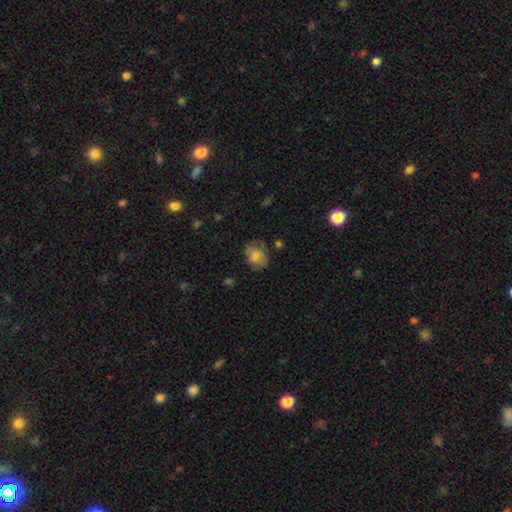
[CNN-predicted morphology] A smooth galaxy with no disk features (70%) that is in between round and cigar-shaped (61%). Merging: none (66%).